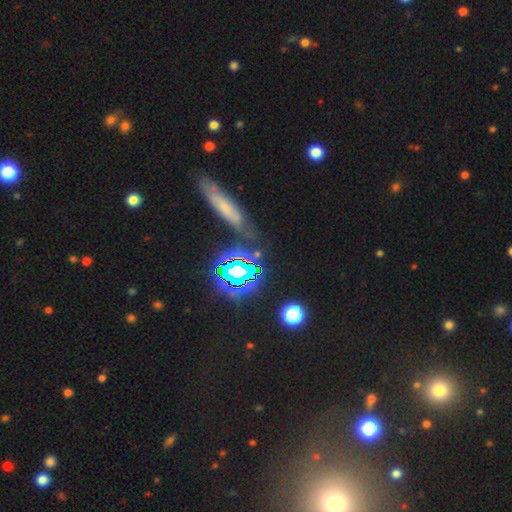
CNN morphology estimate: A star or artifact, not a galaxy (59%).

Vote fractions:
- Smooth or featured? star or artifact: 59% / smooth: 26% / featured or disk: 15%